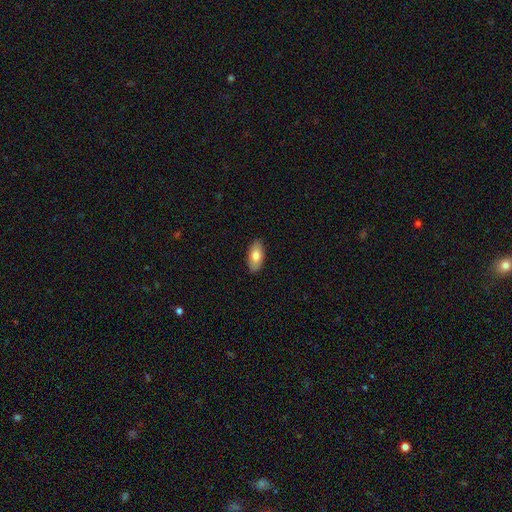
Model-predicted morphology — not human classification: Smooth or featured: smooth — 77% (featured or disk — 17%)
How rounded: in between — 93% (cigar-shaped — 4%)
Merging: none — 89% (minor disturbance — 9%)